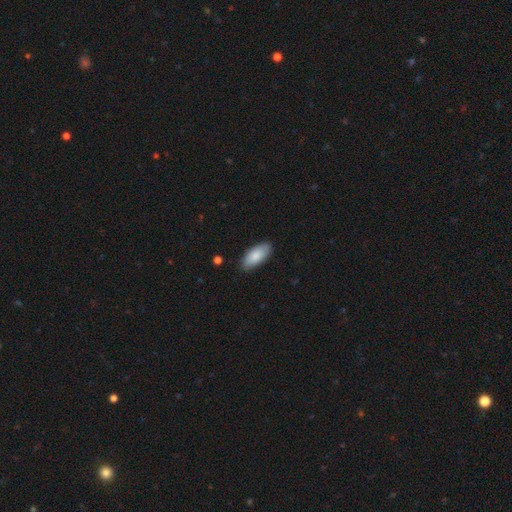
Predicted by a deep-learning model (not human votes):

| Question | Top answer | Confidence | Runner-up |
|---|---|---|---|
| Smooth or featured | smooth | 85% | featured or disk (10%) |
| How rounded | in between | 89% | cigar-shaped (9%) |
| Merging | none | 85% | minor disturbance (12%) |